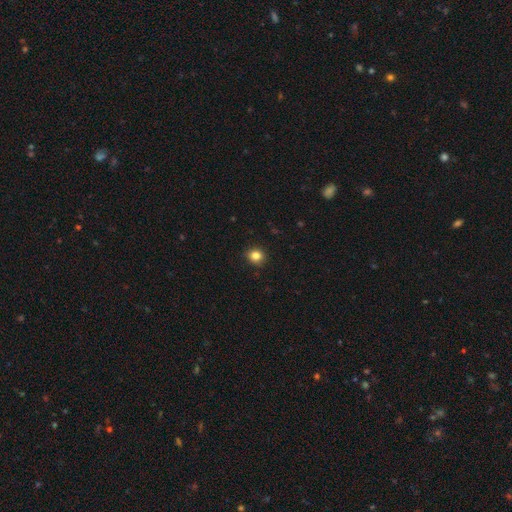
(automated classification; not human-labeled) Smooth or featured? Predicted: smooth (p=0.84). How rounded? Predicted: round (p=0.82). Merging? Predicted: none (p=0.90).